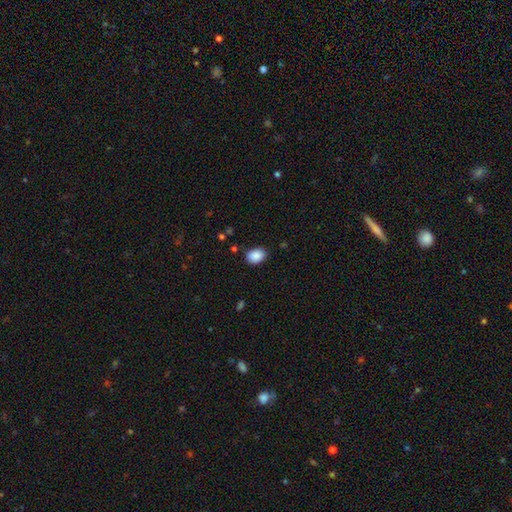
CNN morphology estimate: smooth 89%, star or artifact 8%, featured or disk 4%. Down the decision tree: how rounded — in between (72%); merging — none (80%).